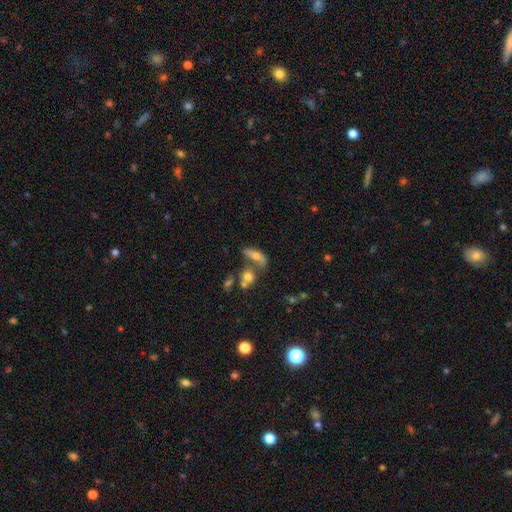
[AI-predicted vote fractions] smooth_or_featured: smooth (p=0.54) [alt: featured or disk p=0.35]
how_rounded: in between (p=0.54) [alt: cigar-shaped p=0.38]
merging: none (p=0.38) [alt: merger p=0.36]